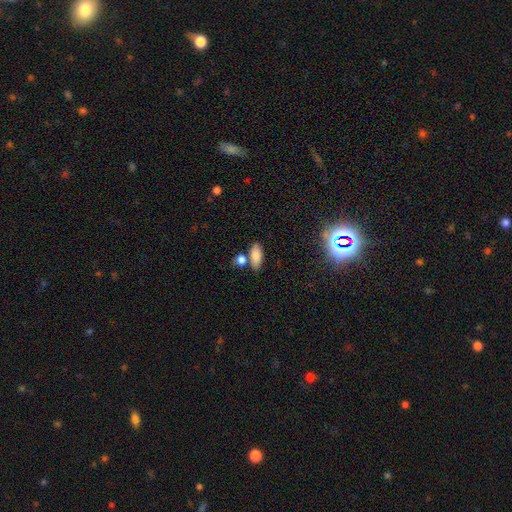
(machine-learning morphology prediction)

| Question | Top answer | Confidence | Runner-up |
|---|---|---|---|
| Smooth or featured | smooth | 83% | star or artifact (9%) |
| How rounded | in between | 82% | cigar-shaped (13%) |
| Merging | none | 64% | merger (19%) |